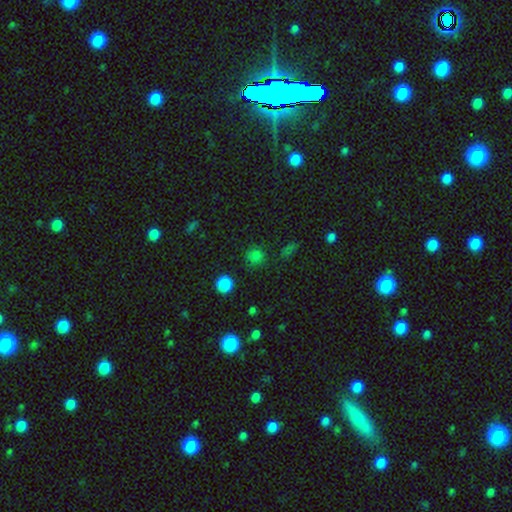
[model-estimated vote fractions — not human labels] Smooth or featured: smooth — 71% (star or artifact — 24%)
How rounded: round — 90% (in between — 9%)
Merging: none — 83% (minor disturbance — 10%)